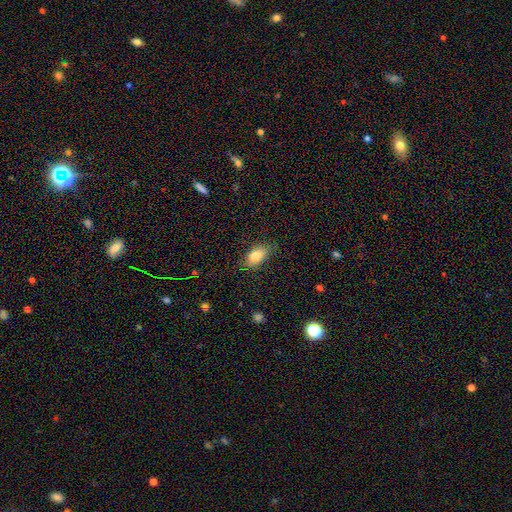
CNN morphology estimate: Smooth or featured?
  - smooth: 83% *
  - featured or disk: 9%
  - star or artifact: 8%
How rounded?
  - in between: 89% *
  - round: 7%
  - cigar-shaped: 4%
Merging?
  - none: 77% *
  - minor disturbance: 18%
  - major disturbance: 4%
  - merger: 1%